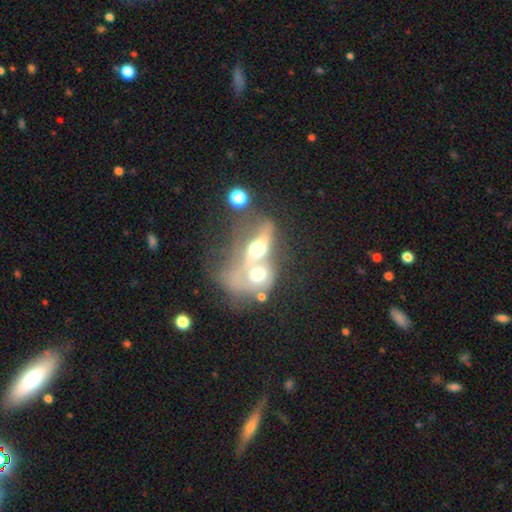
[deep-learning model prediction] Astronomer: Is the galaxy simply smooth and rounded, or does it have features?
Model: featured or disk — 55% (runner-up: smooth, 34%).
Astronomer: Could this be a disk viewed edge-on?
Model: no — 79%.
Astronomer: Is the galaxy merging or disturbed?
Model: merger — 76%.